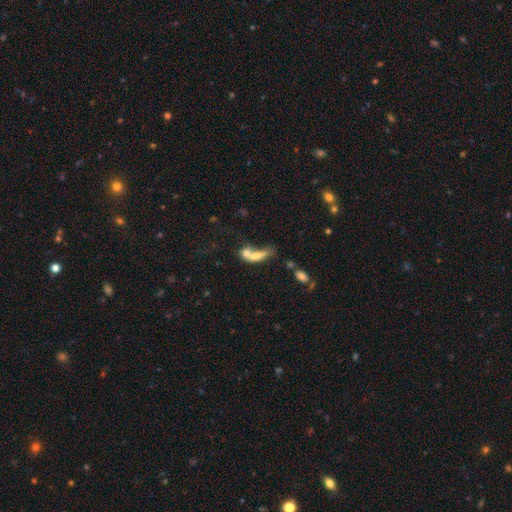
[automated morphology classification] Smooth or featured? smooth (64%)
How rounded? in between (49%)
Merging? merger (53%)